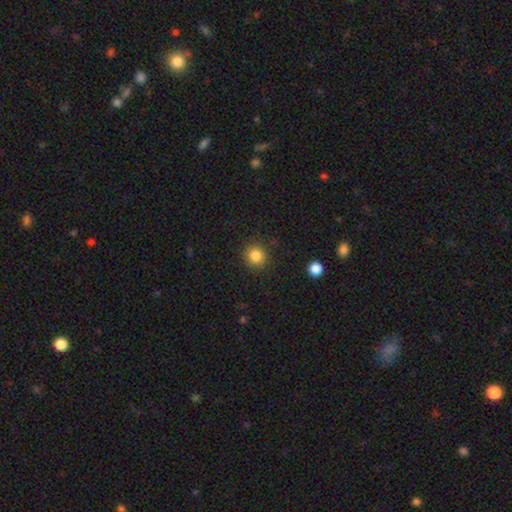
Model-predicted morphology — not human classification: The model was most divided on "smooth or featured": smooth: 84%, star or artifact: 11%, featured or disk: 5%. More confident: how rounded — round (92%); merging — none (90%).